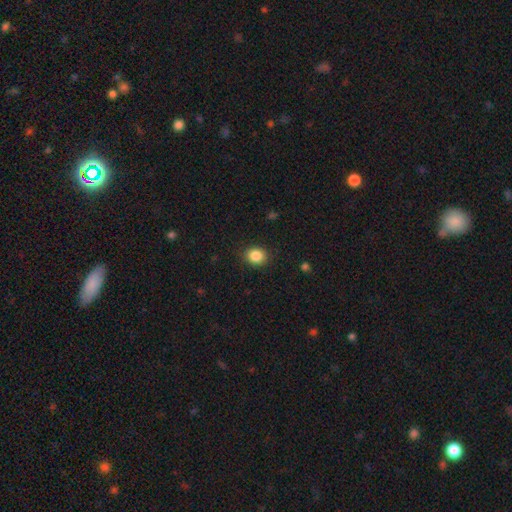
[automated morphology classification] Smooth or featured? smooth (87%)
How rounded? round (68%)
Merging? none (88%)